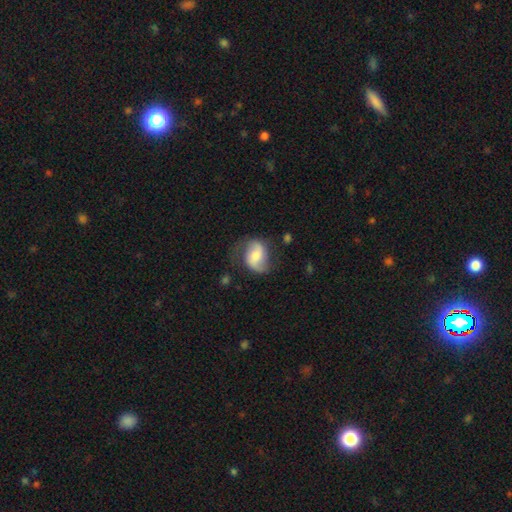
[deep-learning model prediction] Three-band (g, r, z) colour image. It shows a featured or disk galaxy (60%) with no bar (43%), 2 (86%) loose (52%) spiral arms (88%) and a moderate central bulge (56%). Merging: none (61%).